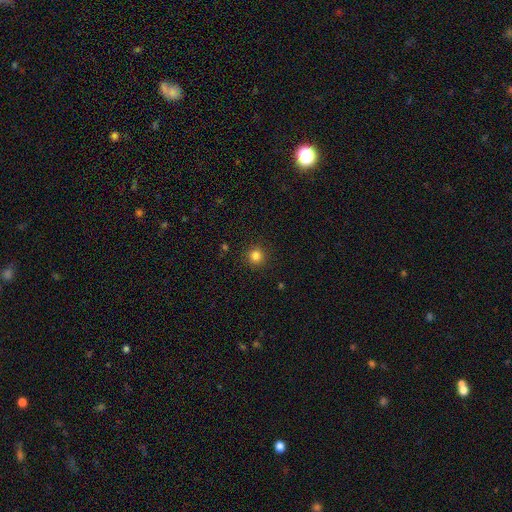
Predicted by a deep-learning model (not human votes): Smooth or featured? smooth (83%)
How rounded? round (95%)
Merging? none (92%)